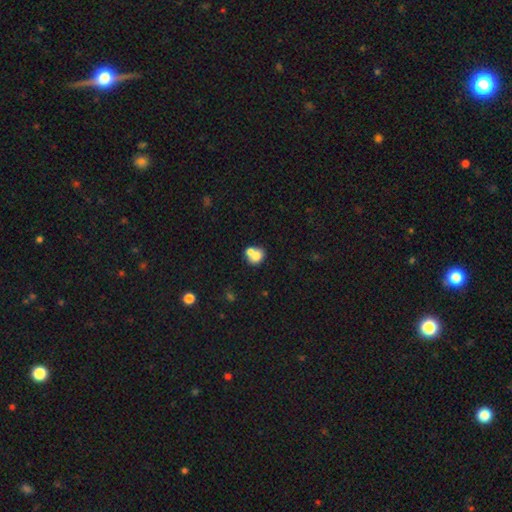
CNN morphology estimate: The model was most divided on "merging": merger: 54%, none: 33%, minor disturbance: 9%, major disturbance: 4%. More confident: smooth or featured — smooth (73%); how rounded — round (69%).